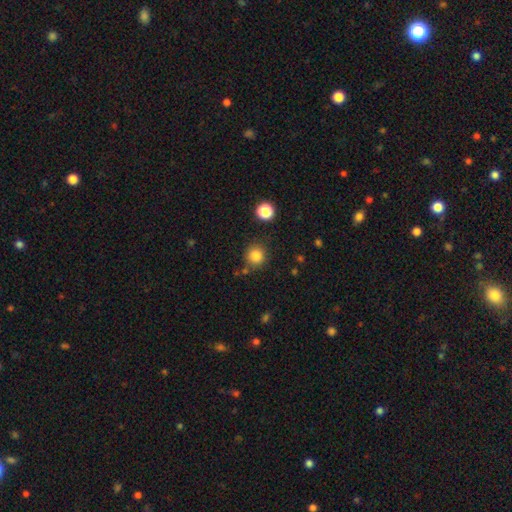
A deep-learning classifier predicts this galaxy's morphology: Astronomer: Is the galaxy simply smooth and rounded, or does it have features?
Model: smooth — 84%.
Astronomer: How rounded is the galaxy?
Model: round — 92%.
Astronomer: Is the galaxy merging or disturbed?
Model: none — 84%.